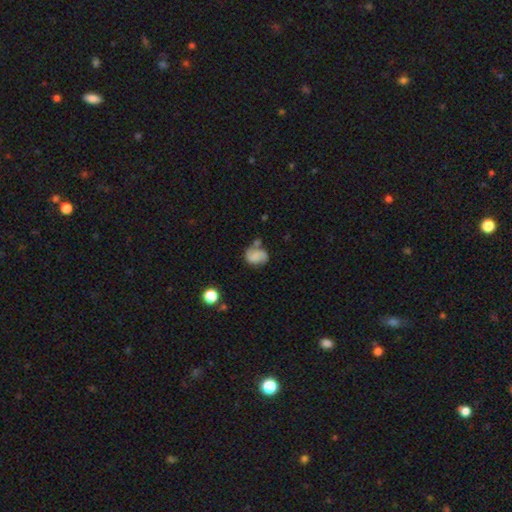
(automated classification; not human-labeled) A smooth galaxy with no disk features (58%) that is in between round and cigar-shaped (55%).

Vote fractions:
- Smooth or featured? smooth: 58% / featured or disk: 32% / star or artifact: 11%
- How rounded? in between: 55% / round: 44% / cigar-shaped: 1%
- Merging? none: 49% / minor disturbance: 26% / merger: 14% / major disturbance: 11%